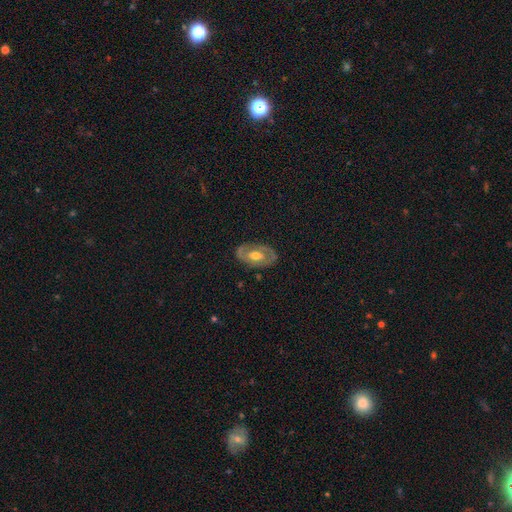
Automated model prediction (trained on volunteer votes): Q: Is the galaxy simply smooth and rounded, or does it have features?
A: featured or disk — 70%.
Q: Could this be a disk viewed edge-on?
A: no — 93%.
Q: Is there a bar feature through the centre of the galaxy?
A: no — 52%.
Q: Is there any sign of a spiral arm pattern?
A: yes — 61%.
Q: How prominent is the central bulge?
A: moderate — 73%.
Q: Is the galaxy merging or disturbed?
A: none — 80%.